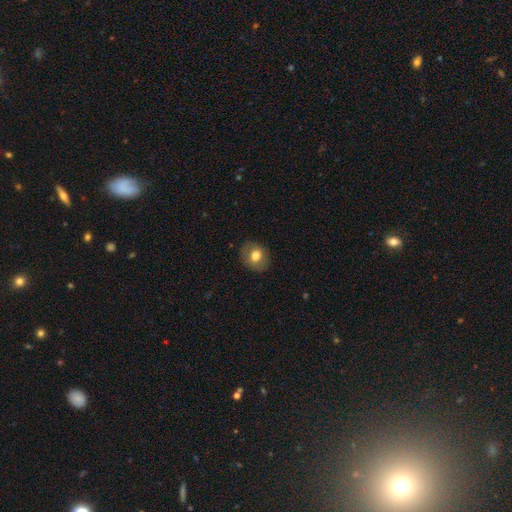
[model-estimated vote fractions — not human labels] Smooth or featured? Predicted: smooth (p=0.73). How rounded? Predicted: round (p=0.65). Merging? Predicted: none (p=0.84).